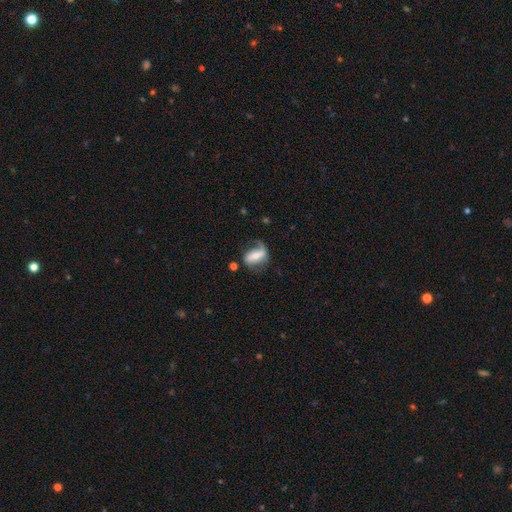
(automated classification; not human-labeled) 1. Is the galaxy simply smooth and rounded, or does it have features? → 61% featured or disk, 32% smooth, 7% star or artifact.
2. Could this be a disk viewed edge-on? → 92% no, 8% yes.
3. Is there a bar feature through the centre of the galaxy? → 50% strong, 29% weak, 22% no.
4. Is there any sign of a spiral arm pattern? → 79% yes, 21% no.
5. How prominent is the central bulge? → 48% moderate, 41% small, 6% large, 4% none, 2% dominant.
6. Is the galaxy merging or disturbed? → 52% none, 25% minor disturbance, 19% major disturbance, 3% merger.